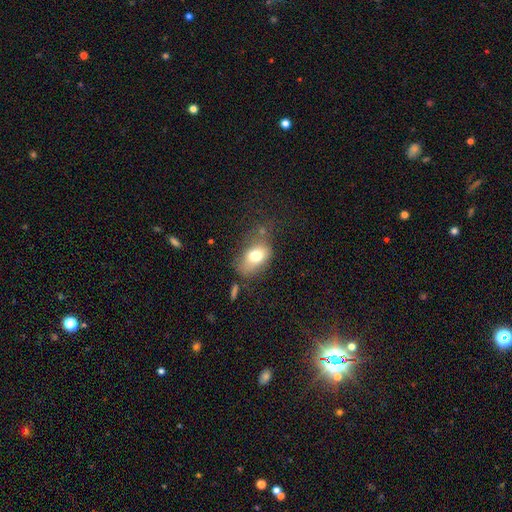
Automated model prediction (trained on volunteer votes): Overall: smooth (73%). How rounded: in between (81%). Merging: none (49%; minor disturbance 27%).